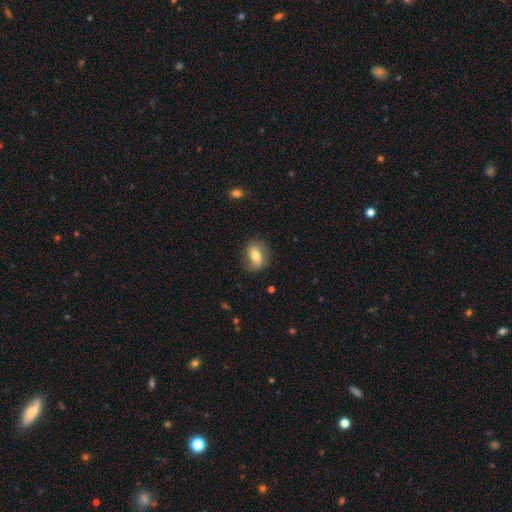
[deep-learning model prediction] A smooth galaxy with no disk features (61%) that is in between round and cigar-shaped (73%). Merging: none (76%).